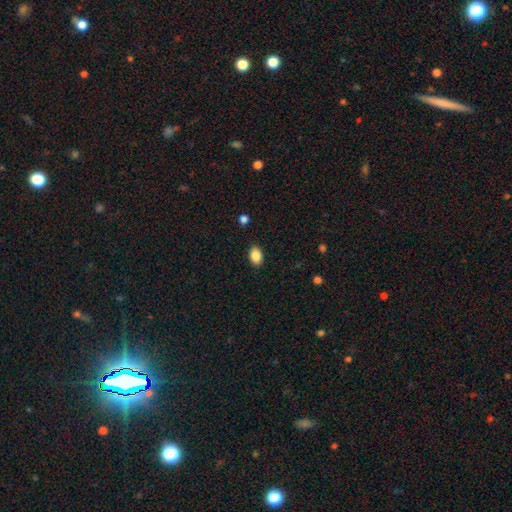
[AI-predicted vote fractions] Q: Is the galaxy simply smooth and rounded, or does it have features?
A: smooth — 87%.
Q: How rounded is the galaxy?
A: in between — 88%.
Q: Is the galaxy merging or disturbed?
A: none — 88%.